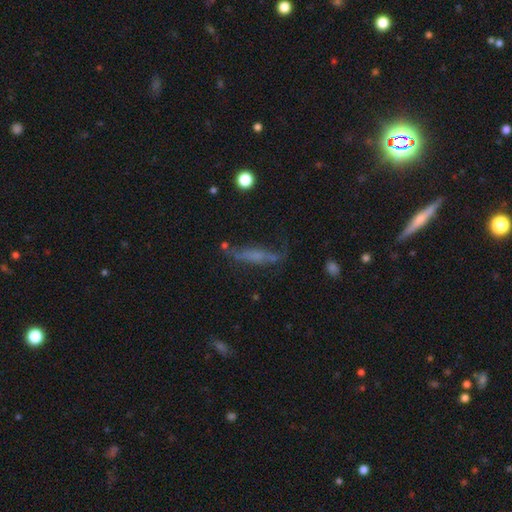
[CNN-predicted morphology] smooth 42%, featured or disk 41%, star or artifact 17%. Down the decision tree: merging — none (57%).